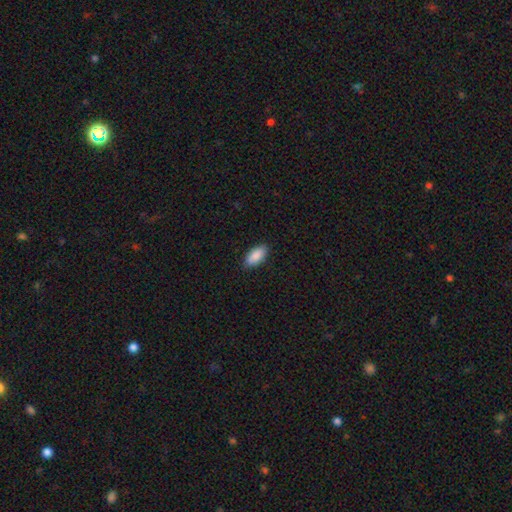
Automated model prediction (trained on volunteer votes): A smooth galaxy with no disk features (90%) that is in between round and cigar-shaped (91%).

Vote fractions:
- Smooth or featured? smooth: 90% / star or artifact: 6% / featured or disk: 4%
- How rounded? in between: 91% / cigar-shaped: 7% / round: 2%
- Merging? none: 88% / minor disturbance: 9% / major disturbance: 2% / merger: 1%